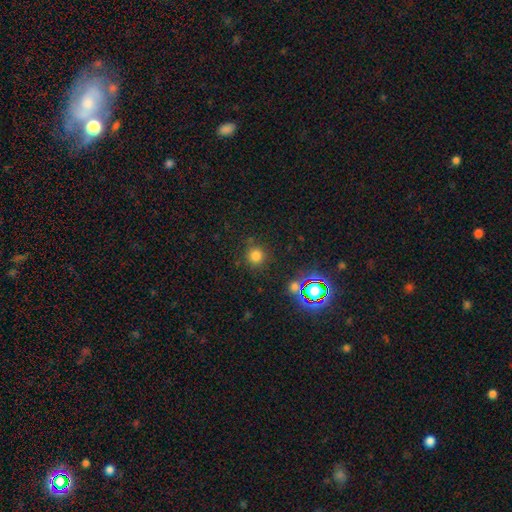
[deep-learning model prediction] This appears to be a smooth galaxy with no disk features (75%) that is round (93%). Merging: none (84%).